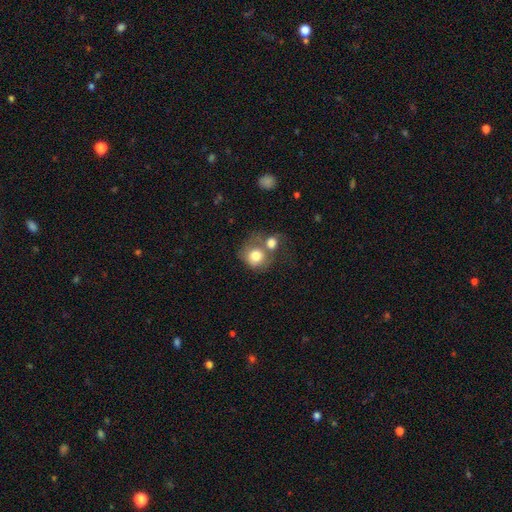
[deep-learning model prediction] A smooth galaxy with no disk features (75%) that is round (75%). Merging: merger (56%).